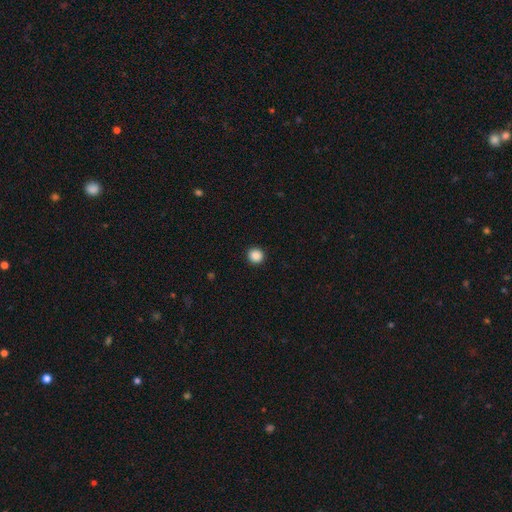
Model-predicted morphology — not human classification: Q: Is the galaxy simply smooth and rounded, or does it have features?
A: smooth — 88%.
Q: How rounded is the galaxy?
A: round — 94%.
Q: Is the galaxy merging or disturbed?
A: none — 93%.